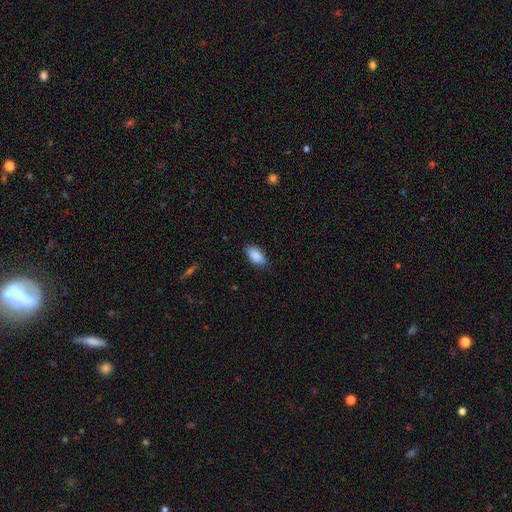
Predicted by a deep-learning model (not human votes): Smooth or featured? smooth (88%)
How rounded? in between (91%)
Merging? none (81%)